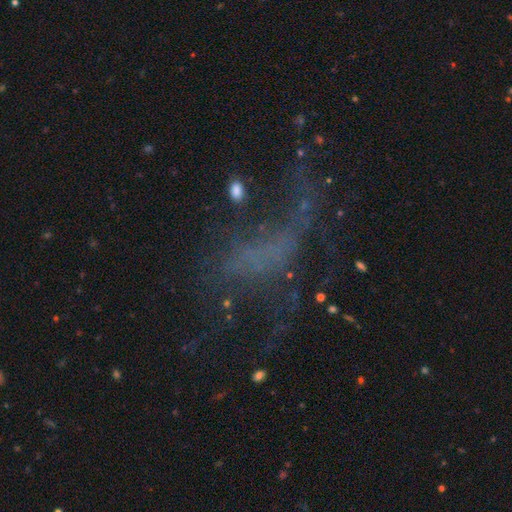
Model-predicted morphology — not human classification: smooth-or-featured: featured or disk: 47% | star or artifact: 29% | smooth: 24%
  merging: major disturbance: 45% | none: 34% | minor disturbance: 14% | merger: 7%